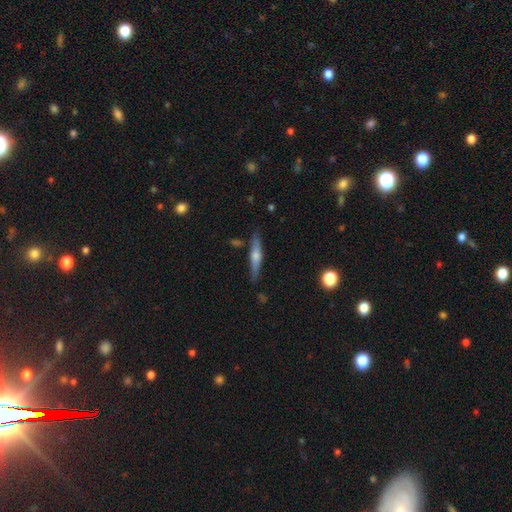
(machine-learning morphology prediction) featured or disk 53%, smooth 41%, star or artifact 6%. Down the decision tree: edge-on disk — yes (94%); merging — none (82%).